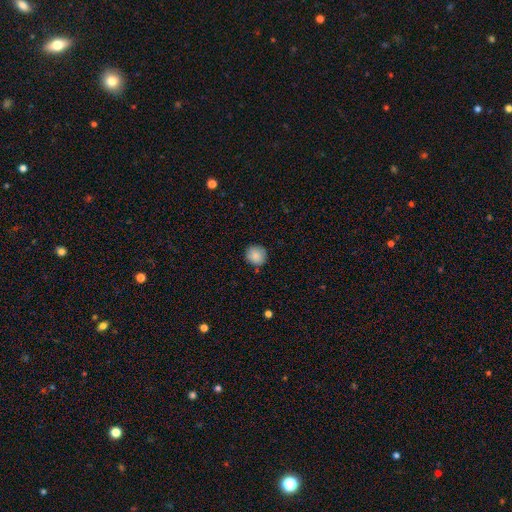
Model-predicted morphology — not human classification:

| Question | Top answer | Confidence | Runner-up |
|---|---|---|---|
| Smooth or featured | smooth | 86% | star or artifact (8%) |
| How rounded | round | 85% | in between (14%) |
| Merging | none | 82% | minor disturbance (13%) |